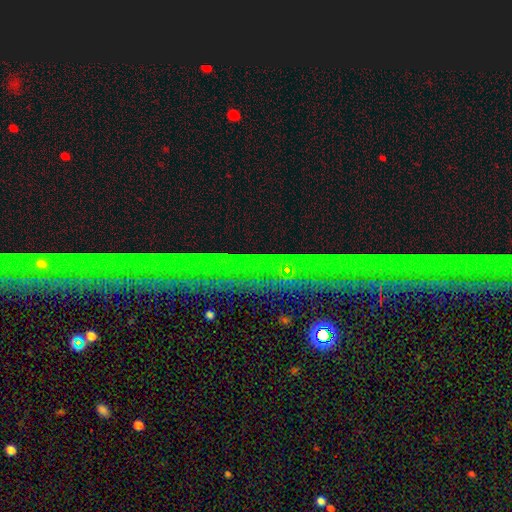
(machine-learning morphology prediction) This is clearly a star or artifact rather than a galaxy (83%).